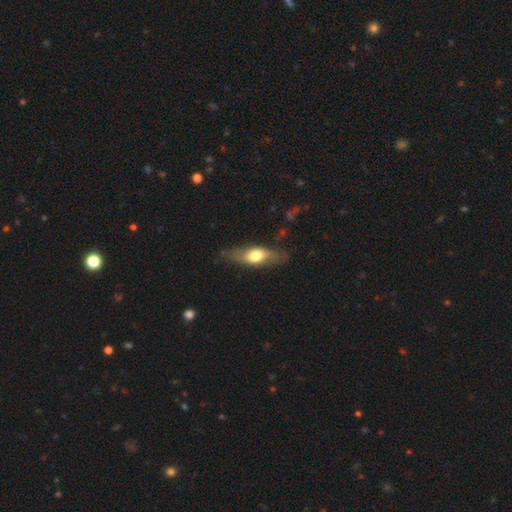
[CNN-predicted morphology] smooth-or-featured: smooth: 55% | featured or disk: 39% | star or artifact: 6%
  how-rounded: in between: 58% | cigar-shaped: 38% | round: 4%
  merging: none: 75% | minor disturbance: 18% | major disturbance: 5% | merger: 2%